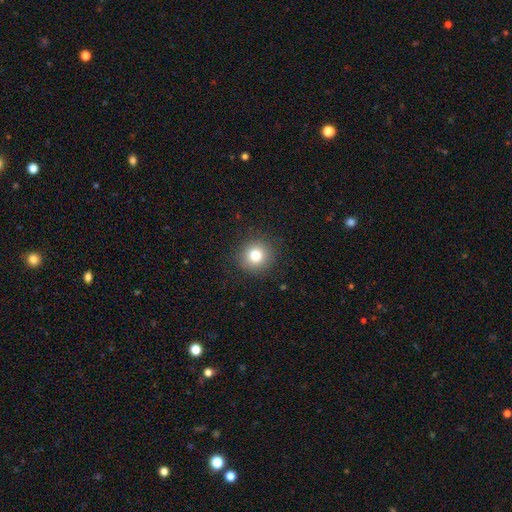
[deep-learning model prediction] This is likely a smooth galaxy (79%). How rounded: clearly round (92%). Merging: clearly none (90%).